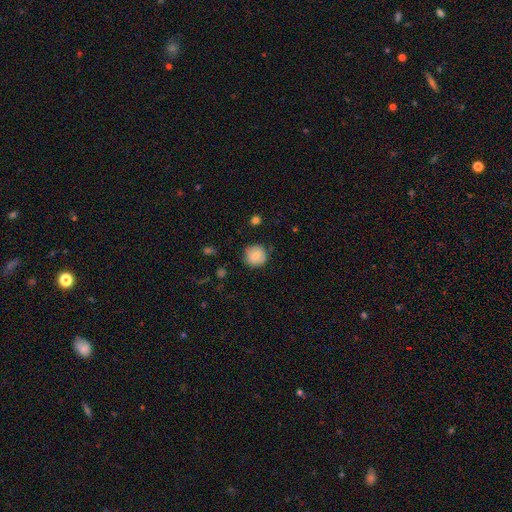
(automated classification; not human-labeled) This is clearly a smooth galaxy (83%). How rounded: clearly round (91%). Merging: clearly none (83%).